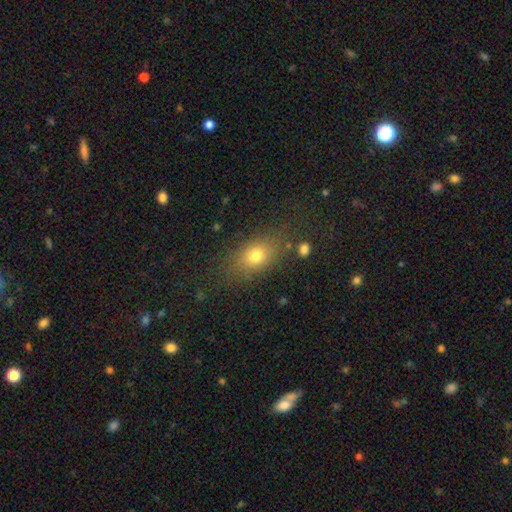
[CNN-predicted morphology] Smooth or featured?
  - smooth: 73% *
  - featured or disk: 13%
  - star or artifact: 13%
How rounded?
  - in between: 70% *
  - round: 25%
  - cigar-shaped: 5%
Merging?
  - none: 76% *
  - minor disturbance: 14%
  - major disturbance: 7%
  - merger: 3%